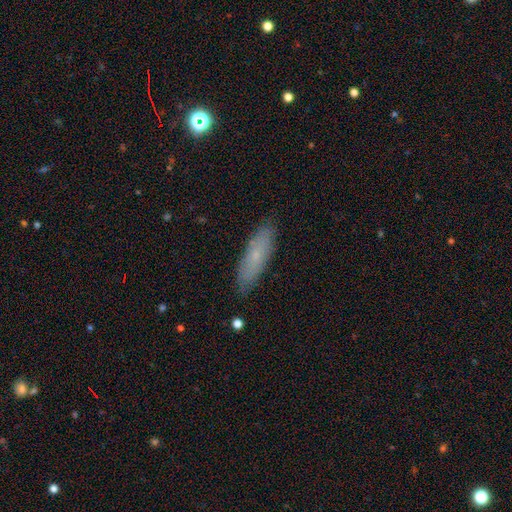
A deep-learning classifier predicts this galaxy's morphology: Smooth or featured? smooth (63%)
How rounded? cigar-shaped (61%)
Merging? none (86%)